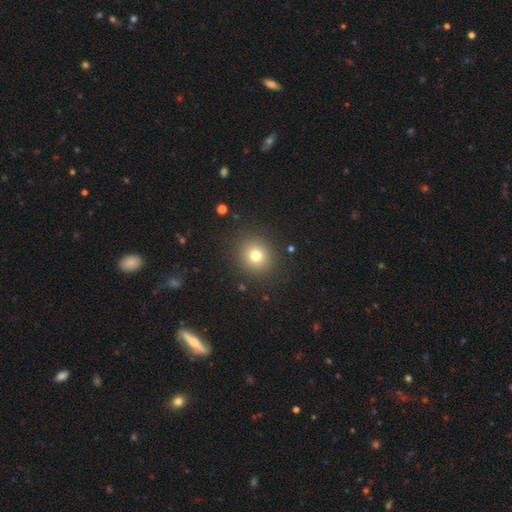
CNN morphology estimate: smooth-or-featured: smooth: 76% | star or artifact: 14% | featured or disk: 10%
  how-rounded: round: 87% | in between: 12% | cigar-shaped: 1%
  merging: none: 89% | minor disturbance: 7% | major disturbance: 3% | merger: 1%